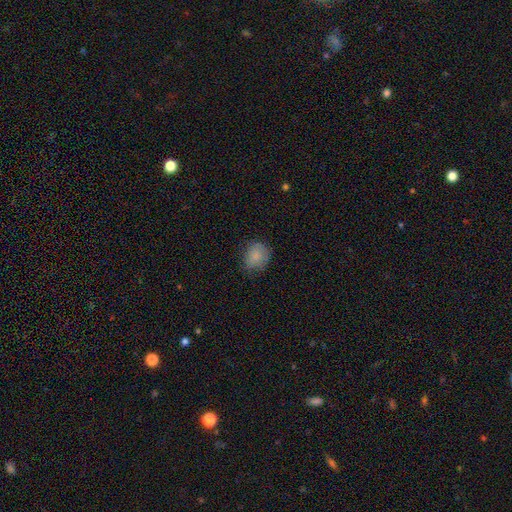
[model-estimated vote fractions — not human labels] smooth 82%, featured or disk 10%, star or artifact 8%. Down the decision tree: how rounded — round (64%); merging — none (66%).